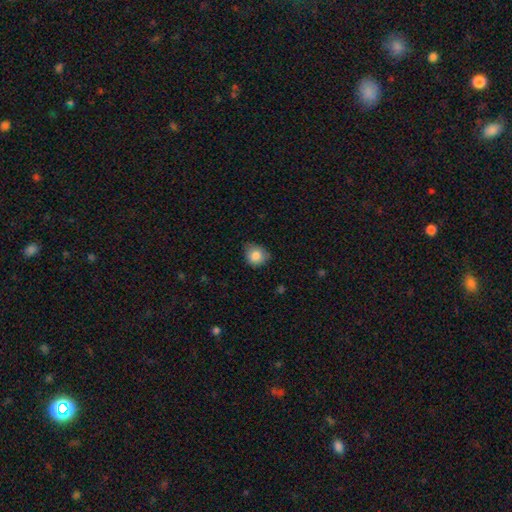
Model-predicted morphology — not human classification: A smooth galaxy with no disk features (84%) that is round (73%).

Vote fractions:
- Smooth or featured? smooth: 84% / star or artifact: 9% / featured or disk: 7%
- How rounded? round: 73% / in between: 26% / cigar-shaped: 1%
- Merging? none: 66% / minor disturbance: 28% / major disturbance: 5% / merger: 1%